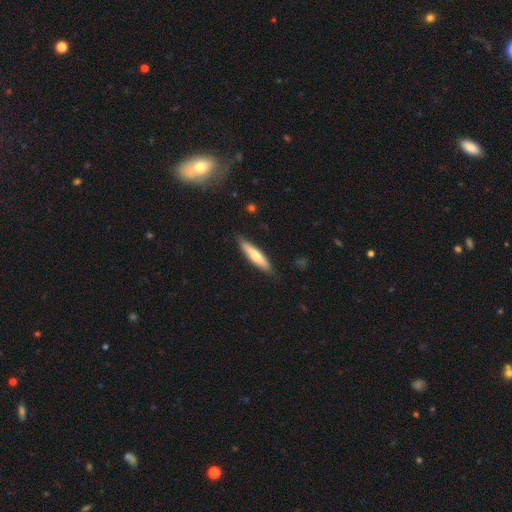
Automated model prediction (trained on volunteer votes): Smooth or featured: smooth — 64% (featured or disk — 31%)
How rounded: cigar-shaped — 77% (in between — 21%)
Merging: none — 85% (minor disturbance — 12%)